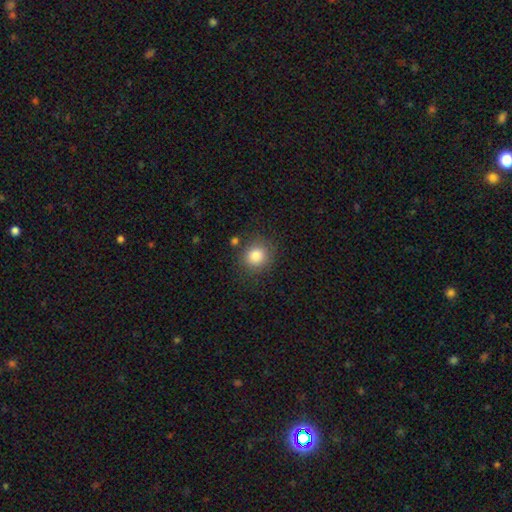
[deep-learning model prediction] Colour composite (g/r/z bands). It shows a smooth galaxy with no disk features (83%) that is round (87%). Merging: none (83%).